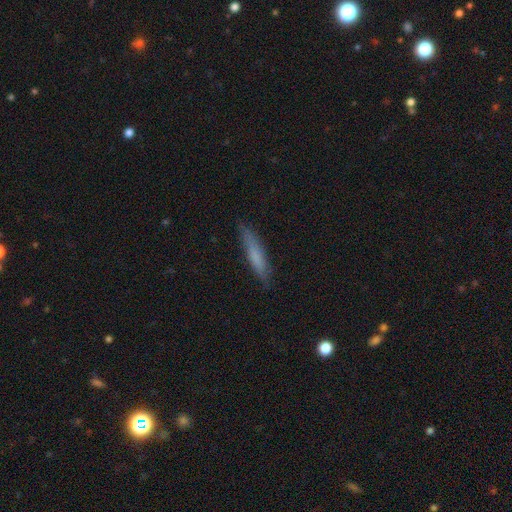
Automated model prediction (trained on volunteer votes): A smooth galaxy with no disk features (69%) that is cigar-shaped (88%).

Vote fractions:
- Smooth or featured? smooth: 69% / featured or disk: 24% / star or artifact: 6%
- How rounded? cigar-shaped: 88% / in between: 10% / round: 1%
- Merging? none: 83% / minor disturbance: 13% / major disturbance: 3% / merger: 1%